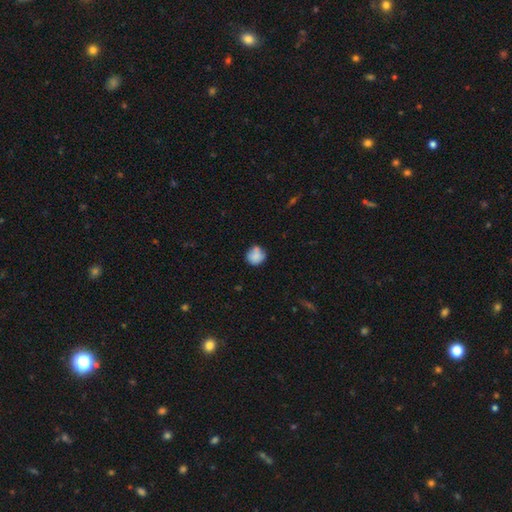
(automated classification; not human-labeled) smooth_or_featured: smooth (p=0.81) [alt: featured or disk p=0.10]
how_rounded: round (p=0.85) [alt: in between p=0.14]
merging: none (p=0.62) [alt: minor disturbance p=0.23]